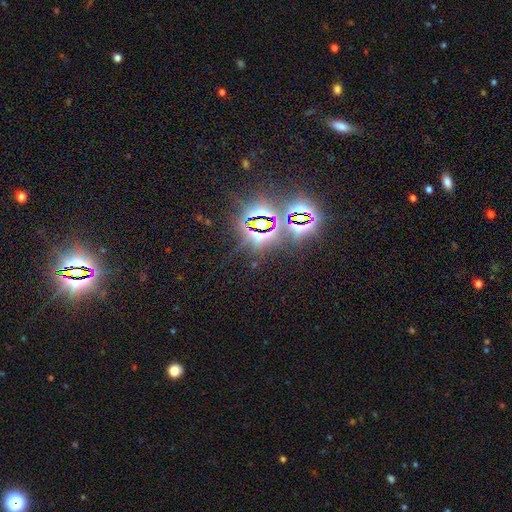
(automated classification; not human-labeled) A star or artifact, not a galaxy (84%).